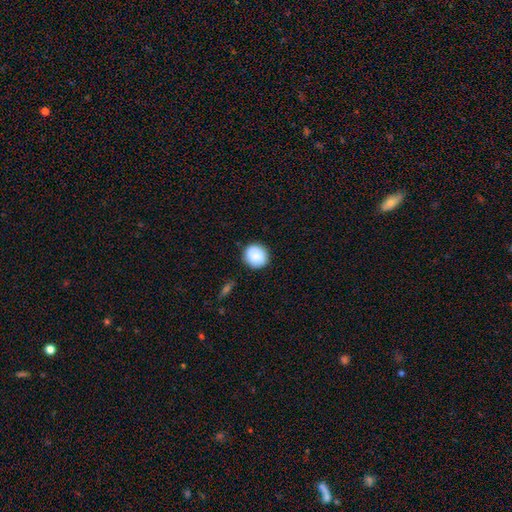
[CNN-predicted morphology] smooth_or_featured: smooth (p=0.85) [alt: featured or disk p=0.07]
how_rounded: round (p=0.89) [alt: in between p=0.10]
merging: none (p=0.88) [alt: minor disturbance p=0.09]